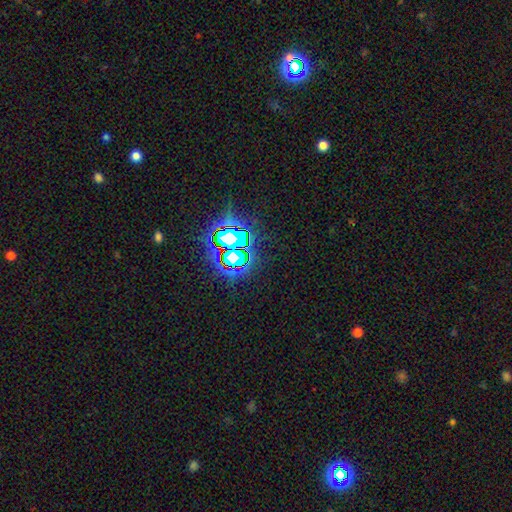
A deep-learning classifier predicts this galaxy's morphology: A star or artifact, not a galaxy (82%).